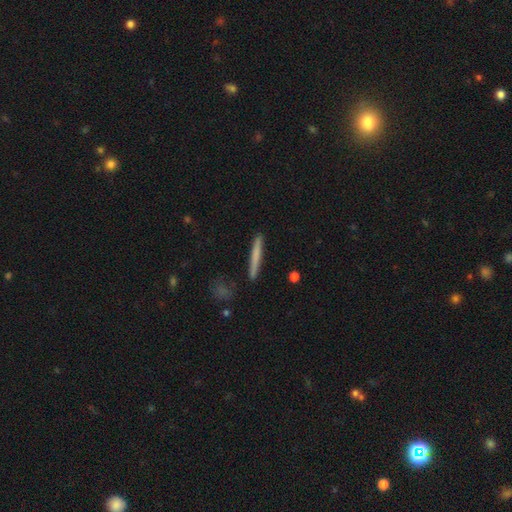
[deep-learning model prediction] A smooth galaxy with no disk features (67%) that is cigar-shaped (96%).

Vote fractions:
- Smooth or featured? smooth: 67% / featured or disk: 27% / star or artifact: 6%
- How rounded? cigar-shaped: 96% / in between: 2% / round: 1%
- Merging? none: 89% / minor disturbance: 8% / merger: 2% / major disturbance: 2%